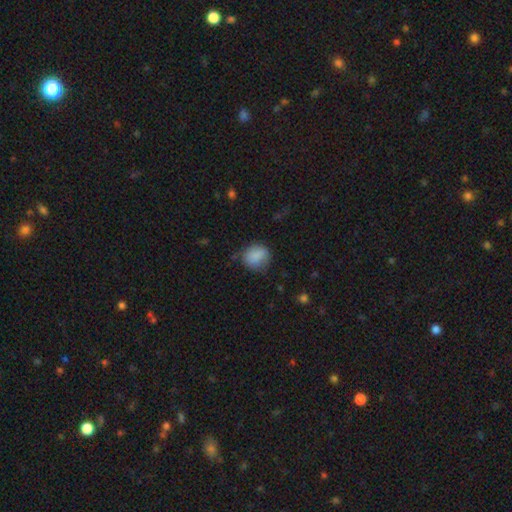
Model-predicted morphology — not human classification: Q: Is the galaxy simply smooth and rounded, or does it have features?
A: smooth — 84%.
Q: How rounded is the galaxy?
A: round — 68%.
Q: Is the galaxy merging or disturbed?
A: none — 67%.